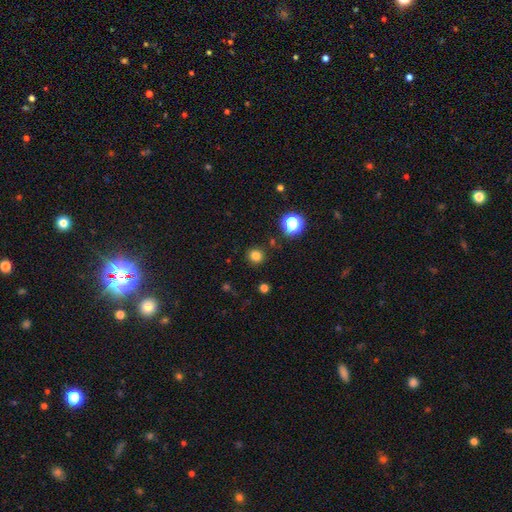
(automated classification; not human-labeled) The model was most divided on "smooth or featured": smooth: 79%, star or artifact: 16%, featured or disk: 5%. More confident: how rounded — round (91%); merging — none (89%).